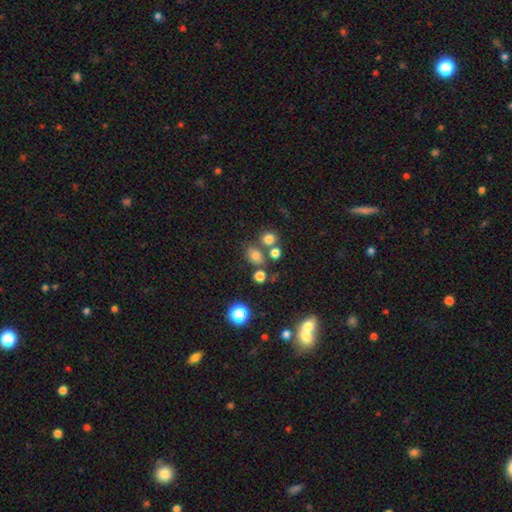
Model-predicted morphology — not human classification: Smooth or featured?
  - smooth: 71% *
  - star or artifact: 18%
  - featured or disk: 10%
How rounded?
  - in between: 51% *
  - round: 47%
  - cigar-shaped: 1%
Merging?
  - none: 66% *
  - merger: 18%
  - minor disturbance: 12%
  - major disturbance: 5%